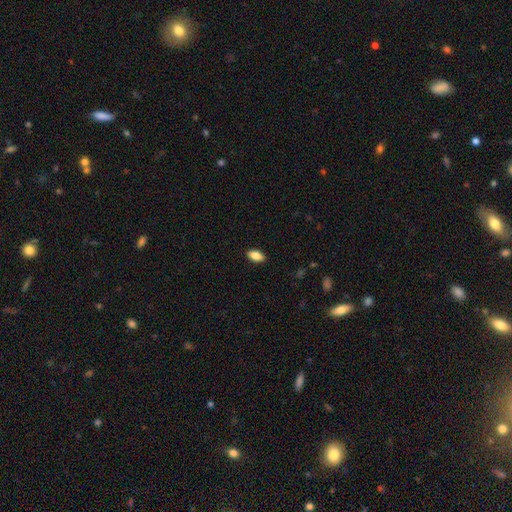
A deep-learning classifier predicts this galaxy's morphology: The model was most divided on "smooth or featured": smooth: 85%, featured or disk: 8%, star or artifact: 7%. More confident: how rounded — in between (90%); merging — none (89%).